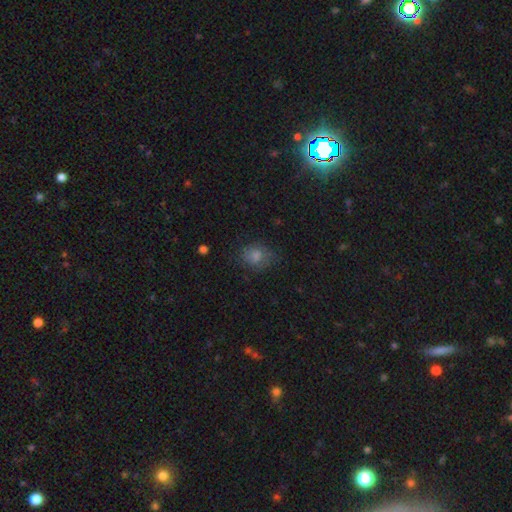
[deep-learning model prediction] A smooth galaxy with no disk features (75%) that is in between round and cigar-shaped (49%, tied with round).

Vote fractions:
- Smooth or featured? smooth: 75% / star or artifact: 13% / featured or disk: 12%
- How rounded? in between: 49% (tied) / round: 49% (tied) / cigar-shaped: 1%
- Merging? none: 65% / minor disturbance: 23% / major disturbance: 10% / merger: 2%